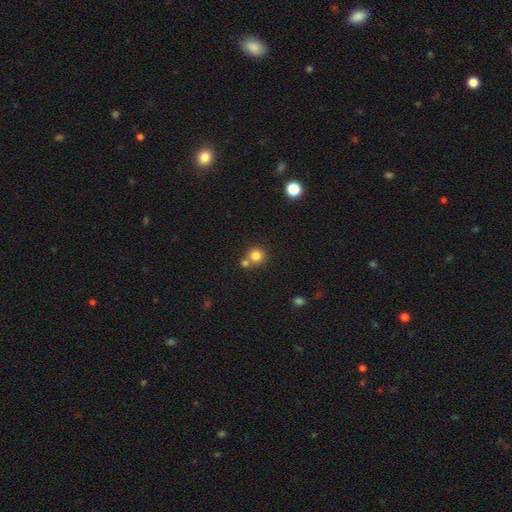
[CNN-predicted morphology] Smooth or featured? Predicted: smooth (p=0.81). How rounded? Predicted: round (p=0.90). Merging? Predicted: none (p=0.57).